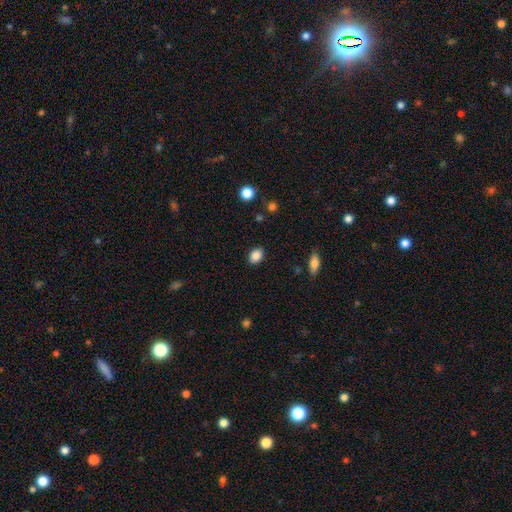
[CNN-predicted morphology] A smooth galaxy with no disk features (87%) that is in between round and cigar-shaped (72%). Merging: none (88%).